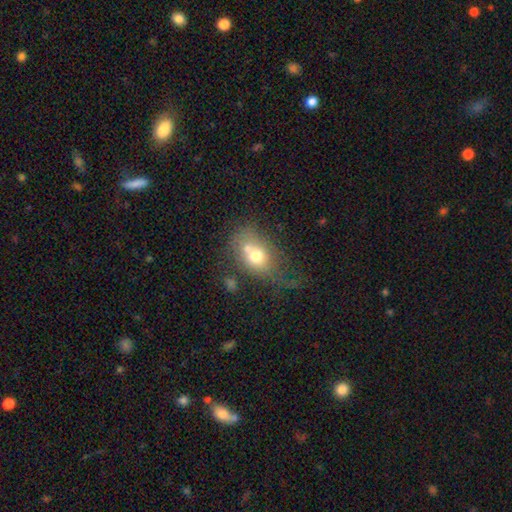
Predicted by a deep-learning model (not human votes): Overall: smooth (64%; featured or disk 25%). How rounded: in between (64%; round 34%). Merging: none (33%; merger 29%).